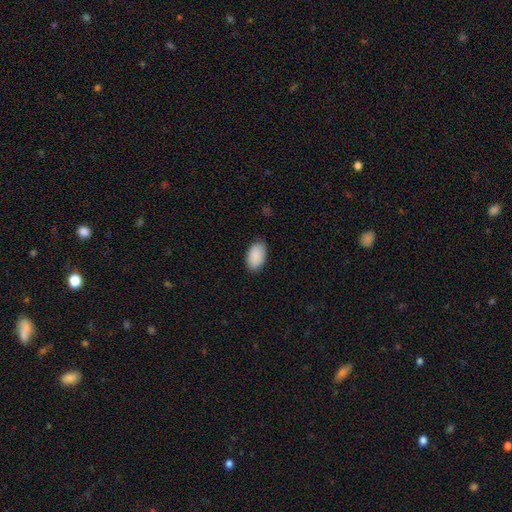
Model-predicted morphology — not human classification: type=smooth (90%); roundness=in between (94%); merging=none (84%).